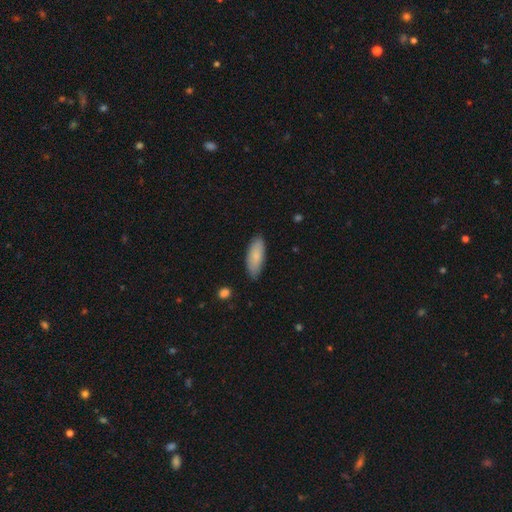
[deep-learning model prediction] Smooth or featured? smooth (83%)
How rounded? in between (70%)
Merging? none (82%)